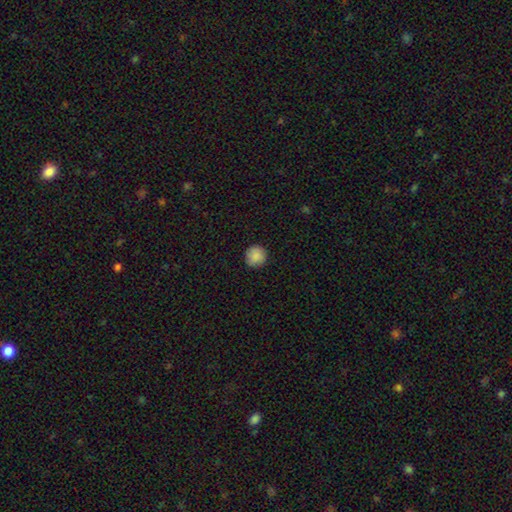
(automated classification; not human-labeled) smooth_or_featured: smooth (p=0.88) [alt: star or artifact p=0.08]
how_rounded: round (p=0.95) [alt: in between p=0.04]
merging: none (p=0.90) [alt: minor disturbance p=0.07]